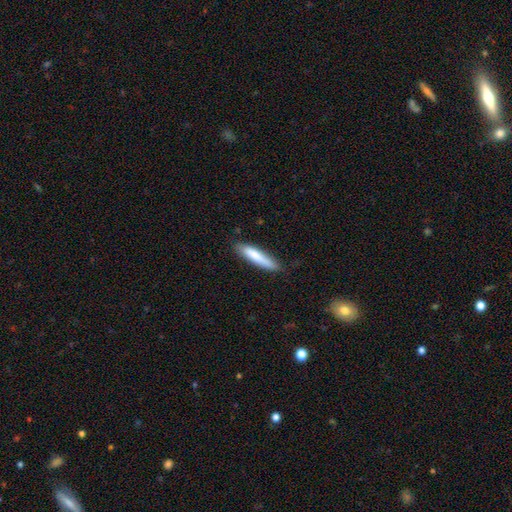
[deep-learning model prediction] This is likely a smooth galaxy (80%). How rounded: clearly cigar-shaped (84%). Merging: likely none (78%).